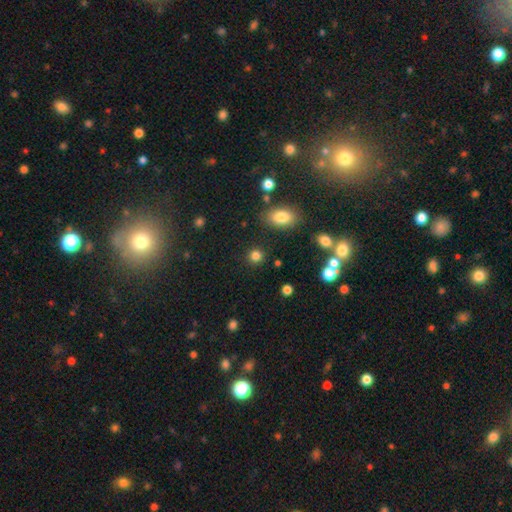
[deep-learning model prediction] The model was most divided on "smooth or featured": smooth: 82%, star or artifact: 13%, featured or disk: 5%. More confident: merging — none (88%); how rounded — round (87%).